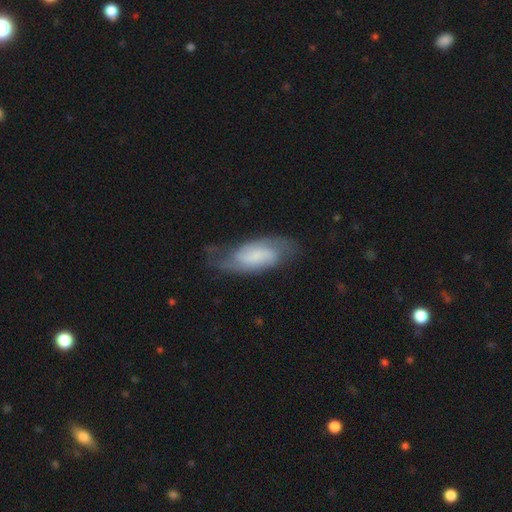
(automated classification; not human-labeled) featured or disk 61%, smooth 32%, star or artifact 7%. Down the decision tree: edge-on disk — no (92%); bar — no (46%); spiral arms — yes (89%); bulge size — small (38%); merging — none (60%).